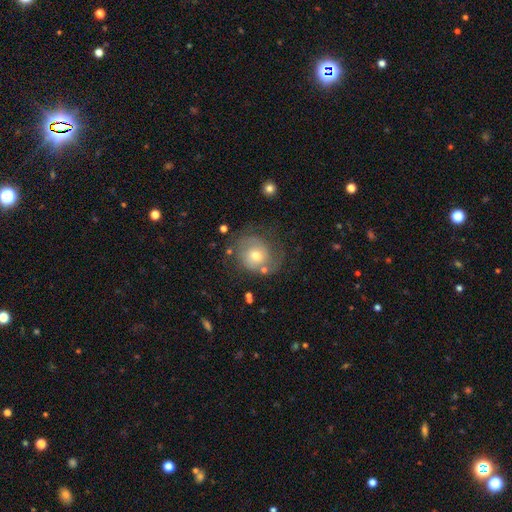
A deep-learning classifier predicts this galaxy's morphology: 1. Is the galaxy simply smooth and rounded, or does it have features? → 60% featured or disk, 31% smooth, 10% star or artifact.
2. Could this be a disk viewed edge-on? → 97% no, 3% yes.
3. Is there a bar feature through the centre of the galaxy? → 72% no, 24% weak, 4% strong.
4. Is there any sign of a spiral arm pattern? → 84% yes, 16% no.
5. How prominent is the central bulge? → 63% moderate, 30% small, 5% large, 1% none, 1% dominant.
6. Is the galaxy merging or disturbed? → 65% none, 19% minor disturbance, 12% major disturbance, 4% merger.